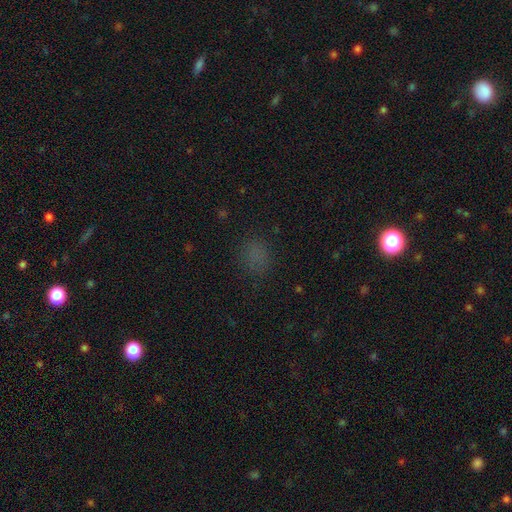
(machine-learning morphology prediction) Smooth or featured? smooth (66%)
How rounded? round (67%)
Merging? none (79%)